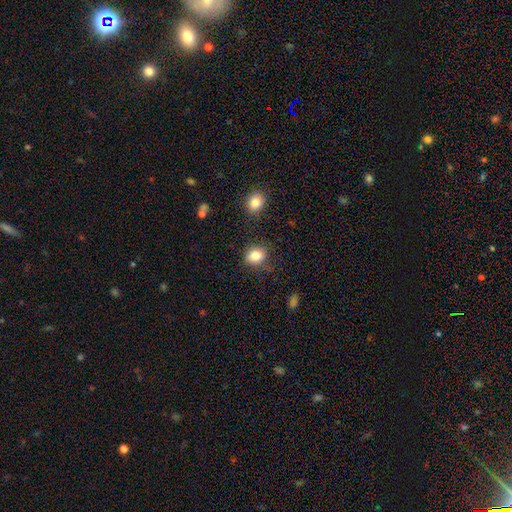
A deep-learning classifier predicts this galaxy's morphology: This is clearly a smooth galaxy (84%). How rounded: possibly in between (53%). Merging: likely none (77%).